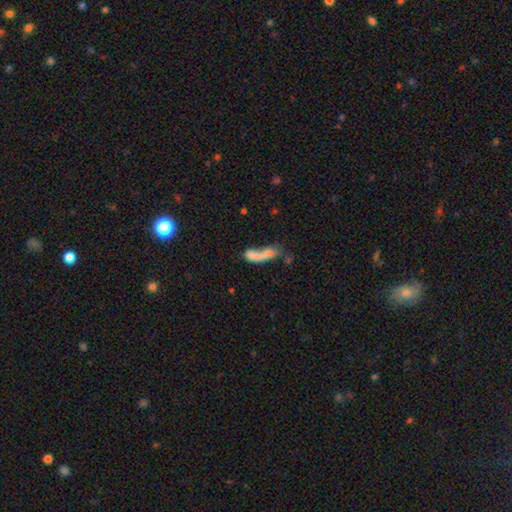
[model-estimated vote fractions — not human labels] smooth 62%, featured or disk 27%, star or artifact 11%. Down the decision tree: how rounded — cigar-shaped (50%); merging — merger (37%).